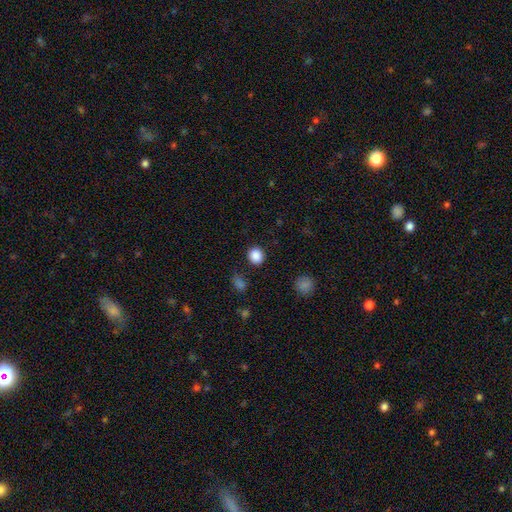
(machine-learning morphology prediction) smooth_or_featured: smooth (p=0.87) [alt: star or artifact p=0.10]
how_rounded: round (p=0.79) [alt: in between p=0.20]
merging: none (p=0.88) [alt: minor disturbance p=0.08]